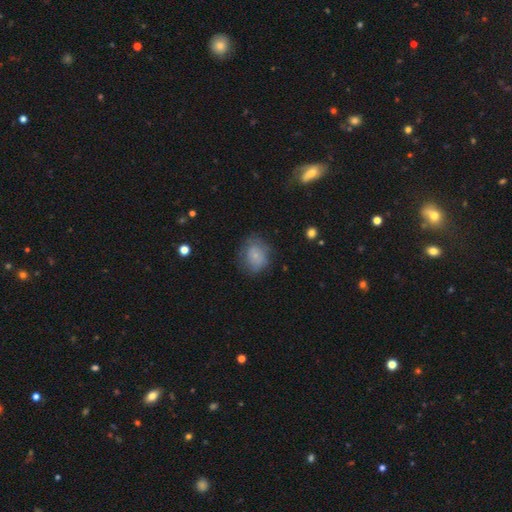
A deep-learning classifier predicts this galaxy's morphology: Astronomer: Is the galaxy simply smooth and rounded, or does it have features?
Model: smooth — 68%.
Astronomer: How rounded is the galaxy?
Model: round — 56% (runner-up: in between, 43%).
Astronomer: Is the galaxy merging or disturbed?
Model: none — 66%.